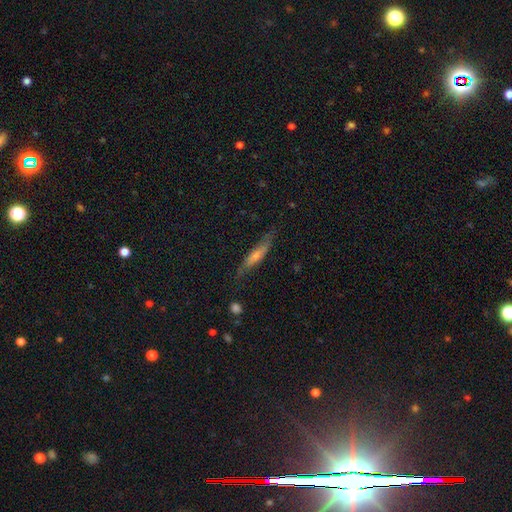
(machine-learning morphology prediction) This appears to be a featured or disk galaxy (50%). Merging: none (70%).